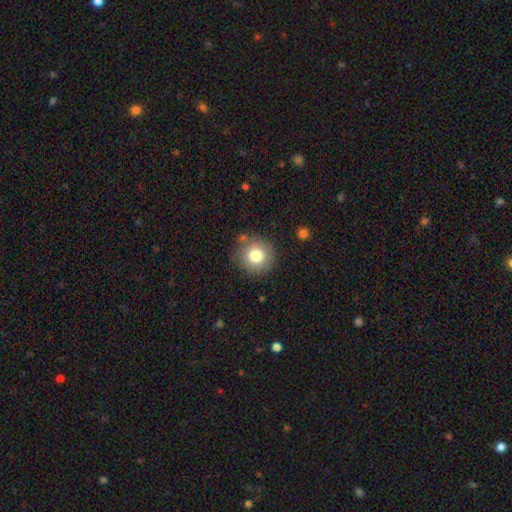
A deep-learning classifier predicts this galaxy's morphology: Smooth or featured?
  - smooth: 79% *
  - star or artifact: 11%
  - featured or disk: 10%
How rounded?
  - round: 93% *
  - in between: 6%
  - cigar-shaped: 1%
Merging?
  - none: 83% *
  - minor disturbance: 11%
  - merger: 3%
  - major disturbance: 3%